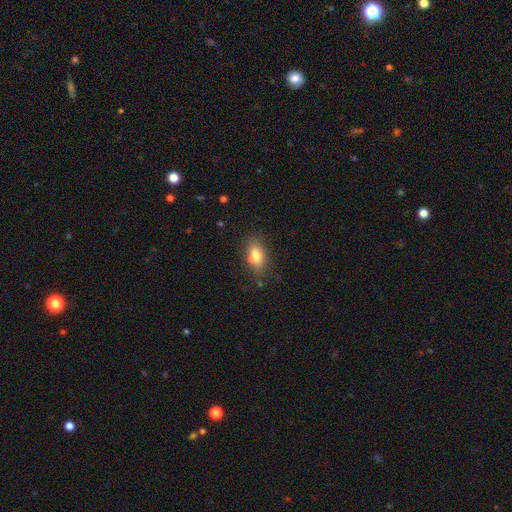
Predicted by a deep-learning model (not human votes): The model was most divided on "merging": none: 65%, minor disturbance: 16%, merger: 14%, major disturbance: 5%. More confident: how rounded — in between (81%); smooth or featured — smooth (73%).